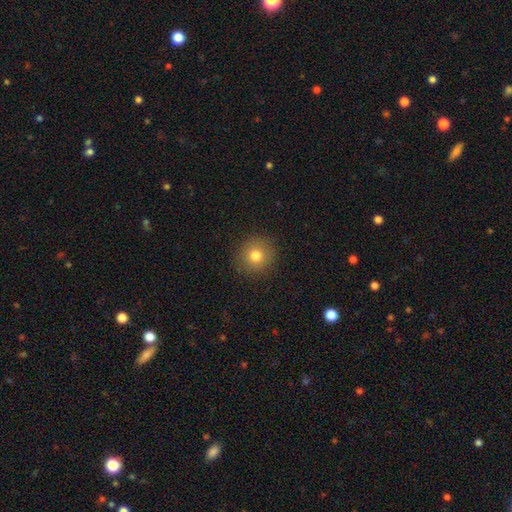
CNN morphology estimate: Overall: smooth (79%). How rounded: round (92%). Merging: none (90%).